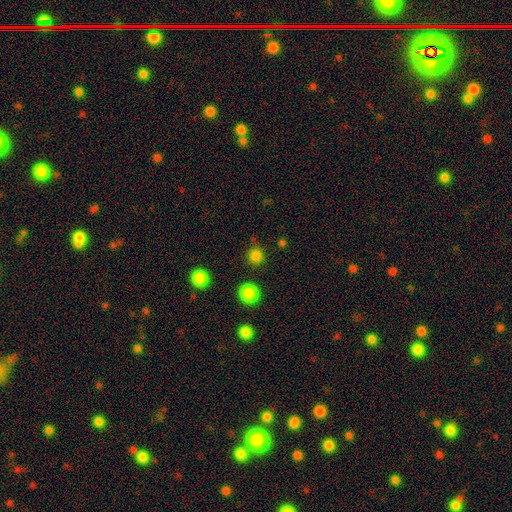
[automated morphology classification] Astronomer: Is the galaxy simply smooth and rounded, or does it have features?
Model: smooth — 81%.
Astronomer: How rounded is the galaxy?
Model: round — 93%.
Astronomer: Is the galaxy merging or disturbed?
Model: none — 83%.